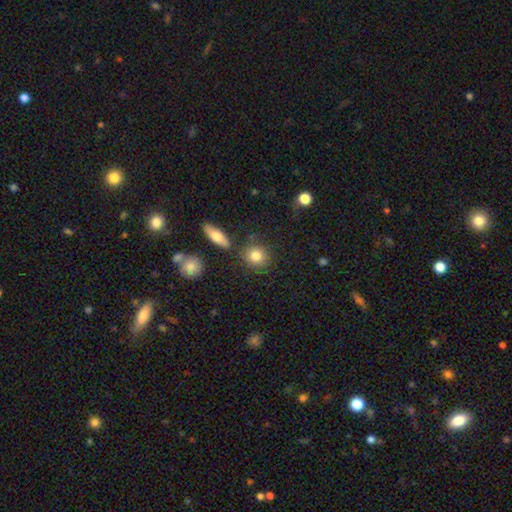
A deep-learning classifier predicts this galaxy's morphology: smooth 81%, featured or disk 10%, star or artifact 9%. Down the decision tree: how rounded — round (80%); merging — none (79%).